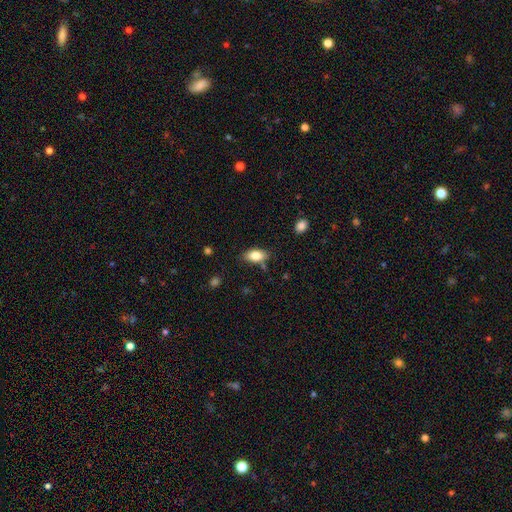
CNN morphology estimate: This appears to be a smooth galaxy with no disk features (82%) that is in between round and cigar-shaped (90%). Merging: none (78%).